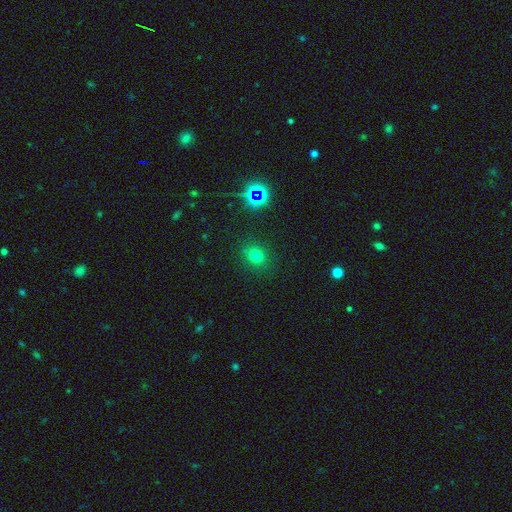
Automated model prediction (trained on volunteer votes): The model was most divided on "smooth or featured": smooth: 70%, star or artifact: 23%, featured or disk: 7%. More confident: merging — none (83%); how rounded — round (74%).